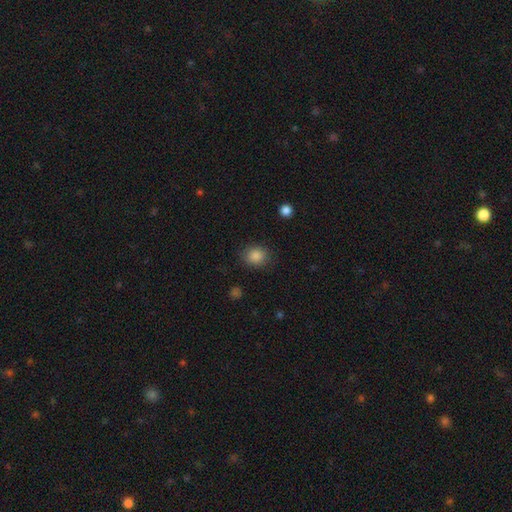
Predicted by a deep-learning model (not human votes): Morphology: type=smooth (87%); roundness=round (67%); merging=none (84%).